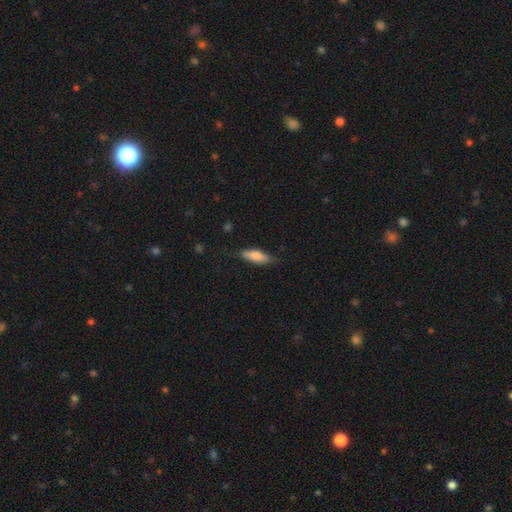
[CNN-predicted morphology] smooth_or_featured: smooth (p=0.77) [alt: featured or disk p=0.17]
how_rounded: in between (p=0.51) [alt: cigar-shaped p=0.47]
merging: none (p=0.77) [alt: minor disturbance p=0.18]